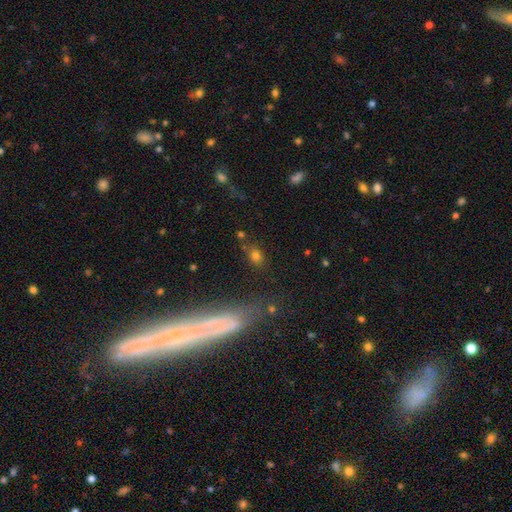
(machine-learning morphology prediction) This appears to be a smooth galaxy with no disk features (70%) that is in between round and cigar-shaped (61%). Merging: none (70%).